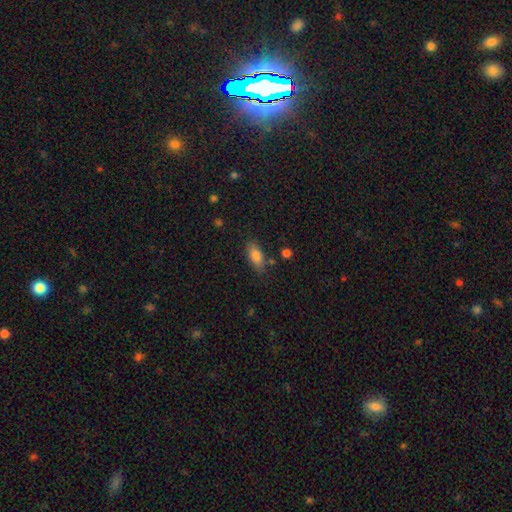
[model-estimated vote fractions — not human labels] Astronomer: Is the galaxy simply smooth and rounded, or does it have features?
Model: smooth — 84%.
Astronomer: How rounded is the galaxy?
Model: in between — 86%.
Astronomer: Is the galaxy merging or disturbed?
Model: none — 79%.